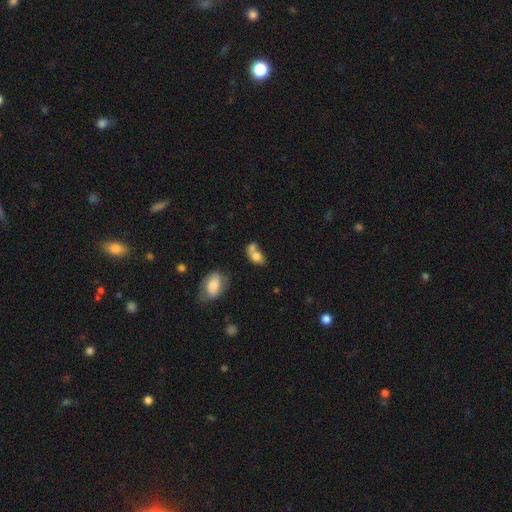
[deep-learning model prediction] smooth-or-featured: smooth: 75% | featured or disk: 15% | star or artifact: 10%
  how-rounded: in between: 76% | round: 22% | cigar-shaped: 2%
  merging: merger: 56% | none: 26% | minor disturbance: 11% | major disturbance: 7%